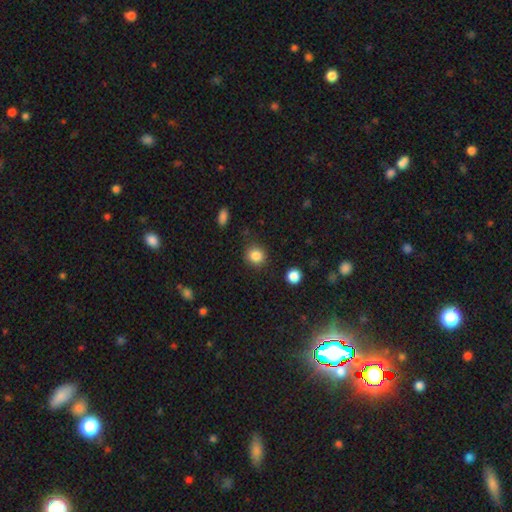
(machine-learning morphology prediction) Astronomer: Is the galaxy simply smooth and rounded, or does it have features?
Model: smooth — 86%.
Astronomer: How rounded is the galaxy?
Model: round — 86%.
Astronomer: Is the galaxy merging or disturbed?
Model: none — 86%.